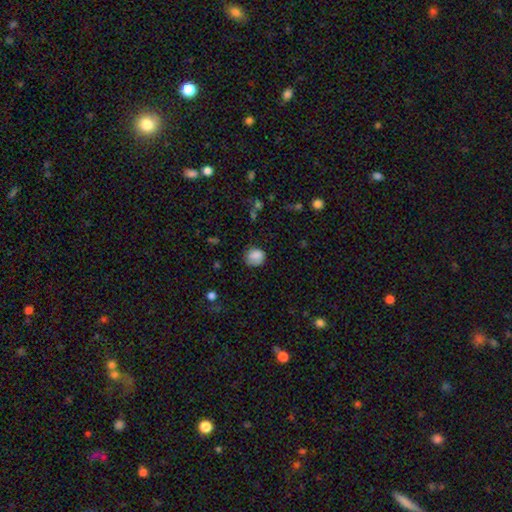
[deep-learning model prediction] smooth-or-featured: smooth: 82% | featured or disk: 9% | star or artifact: 9%
  how-rounded: round: 80% | in between: 19% | cigar-shaped: 1%
  merging: none: 70% | minor disturbance: 22% | major disturbance: 7% | merger: 2%